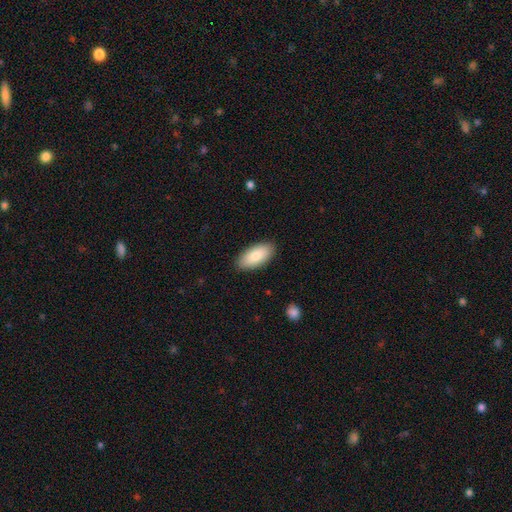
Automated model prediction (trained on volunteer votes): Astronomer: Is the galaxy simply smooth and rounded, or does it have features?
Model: smooth — 84%.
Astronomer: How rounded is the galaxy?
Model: in between — 92%.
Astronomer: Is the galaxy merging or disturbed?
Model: none — 89%.